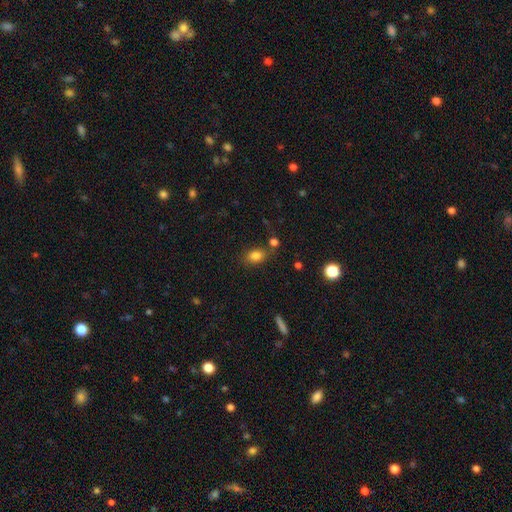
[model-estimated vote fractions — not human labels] A smooth galaxy with no disk features (82%) that is in between round and cigar-shaped (74%). Merging: none (71%).